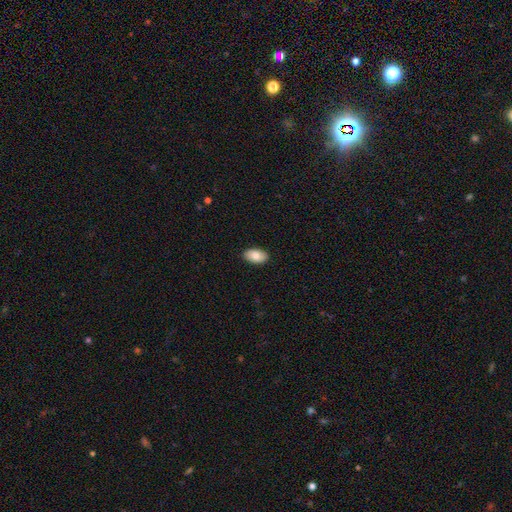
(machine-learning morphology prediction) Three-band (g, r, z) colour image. It shows a smooth galaxy with no disk features (83%) that is in between round and cigar-shaped (94%). Merging: none (89%).